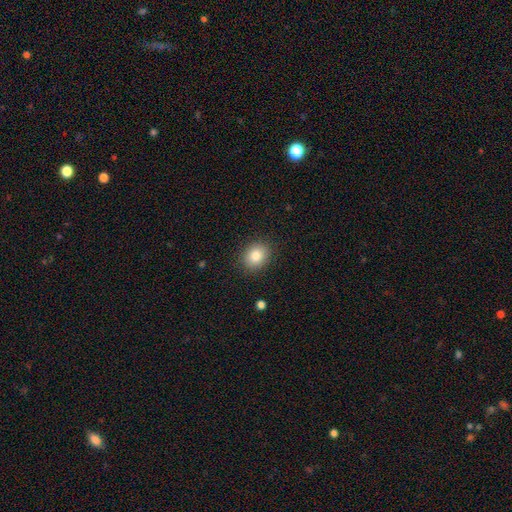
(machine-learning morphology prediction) smooth-or-featured: smooth: 83% | star or artifact: 9% | featured or disk: 8%
  how-rounded: round: 58% | in between: 41% | cigar-shaped: 1%
  merging: none: 88% | minor disturbance: 8% | major disturbance: 2% | merger: 1%